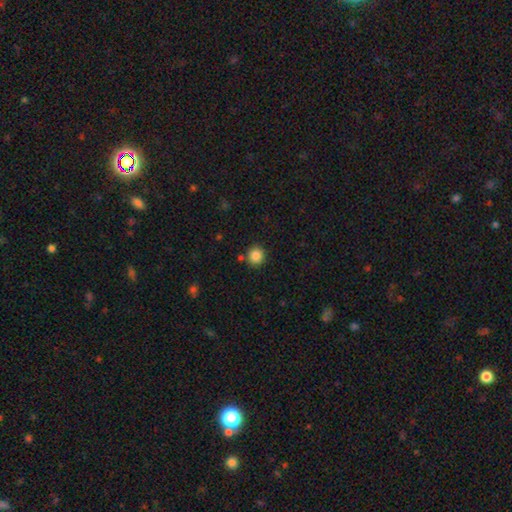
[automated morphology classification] A smooth galaxy with no disk features (86%) that is round (92%). Merging: none (86%).